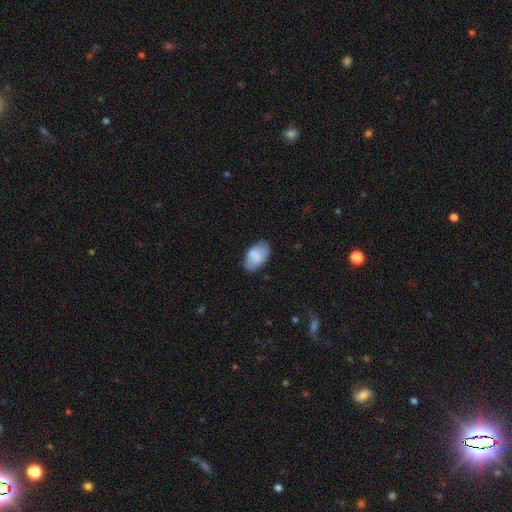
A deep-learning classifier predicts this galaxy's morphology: Q: Smooth or featured?
A: smooth (77%); runner-up: featured or disk (16%)
Q: How rounded?
A: in between (93%); runner-up: round (6%)
Q: Merging?
A: none (72%); runner-up: minor disturbance (21%)